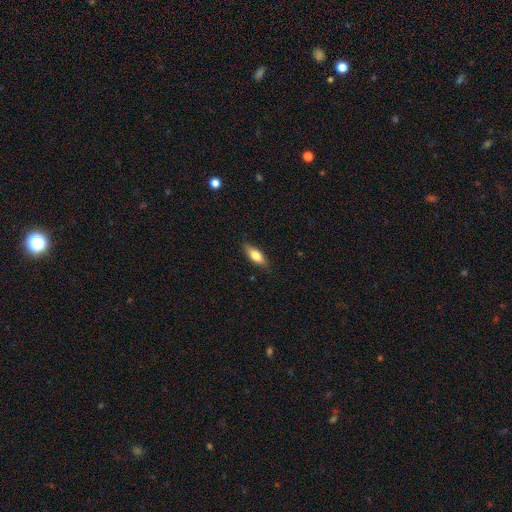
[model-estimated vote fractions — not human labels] smooth-or-featured: smooth: 72% | featured or disk: 22% | star or artifact: 6%
  how-rounded: in between: 67% | cigar-shaped: 31% | round: 3%
  merging: none: 86% | minor disturbance: 11% | major disturbance: 2% | merger: 1%